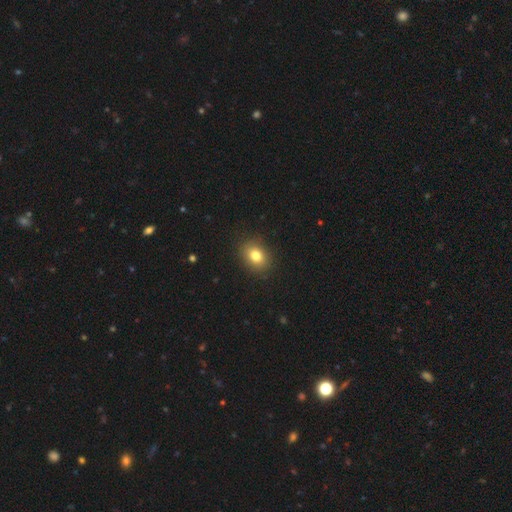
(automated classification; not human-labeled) smooth-or-featured: smooth: 80% | star or artifact: 11% | featured or disk: 9%
  how-rounded: in between: 56% | round: 43% | cigar-shaped: 1%
  merging: none: 88% | minor disturbance: 8% | major disturbance: 3% | merger: 1%